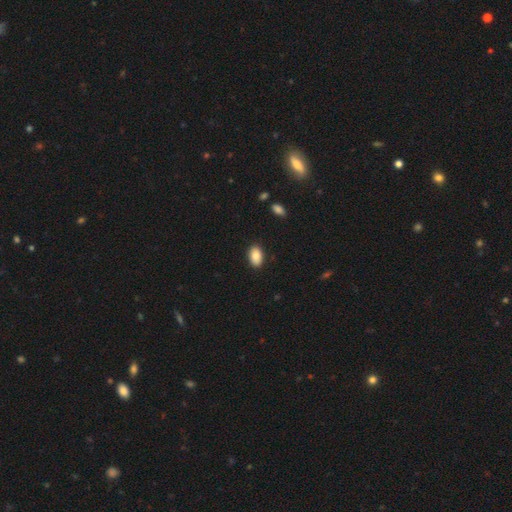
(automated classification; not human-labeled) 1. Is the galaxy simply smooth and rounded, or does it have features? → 86% smooth, 7% star or artifact, 7% featured or disk.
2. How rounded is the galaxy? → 91% in between, 7% round, 1% cigar-shaped.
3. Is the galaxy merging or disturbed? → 88% none, 9% minor disturbance, 2% major disturbance, 1% merger.